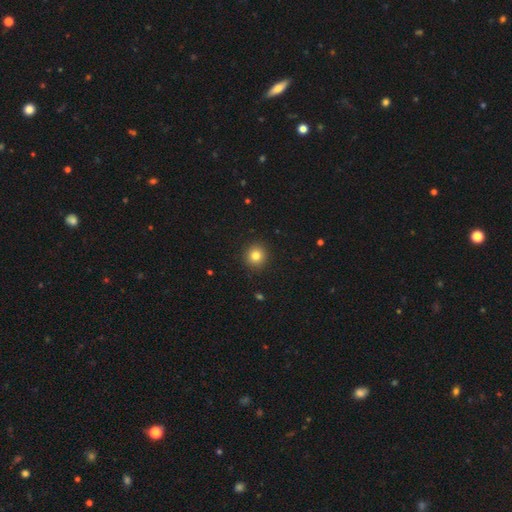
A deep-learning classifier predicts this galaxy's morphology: smooth-or-featured: smooth: 82% | star or artifact: 11% | featured or disk: 6%
  how-rounded: round: 90% | in between: 9% | cigar-shaped: 1%
  merging: none: 92% | minor disturbance: 6% | major disturbance: 2% | merger: 1%